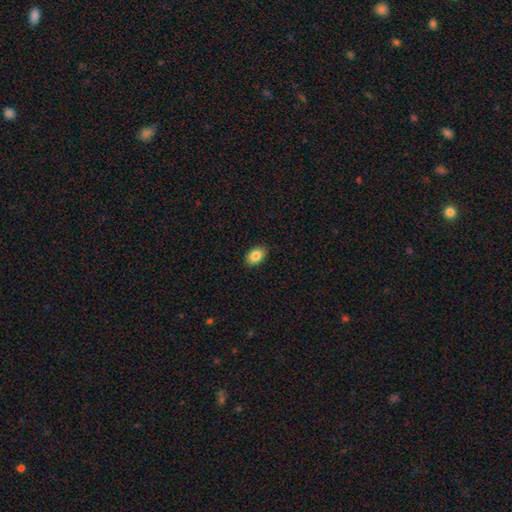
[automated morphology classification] Smooth or featured? smooth (85%)
How rounded? in between (85%)
Merging? none (88%)